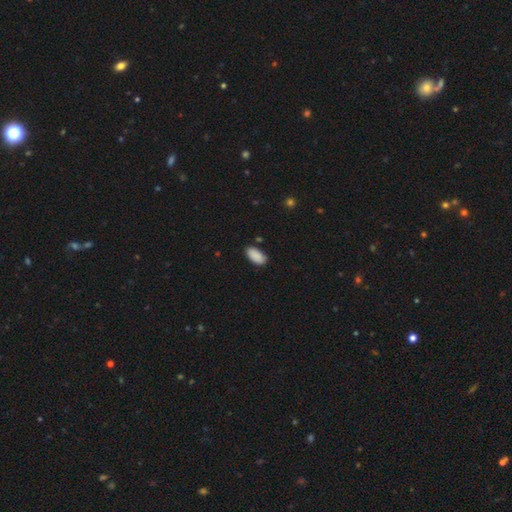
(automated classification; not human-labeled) Smooth or featured? smooth (90%)
How rounded? in between (94%)
Merging? none (83%)